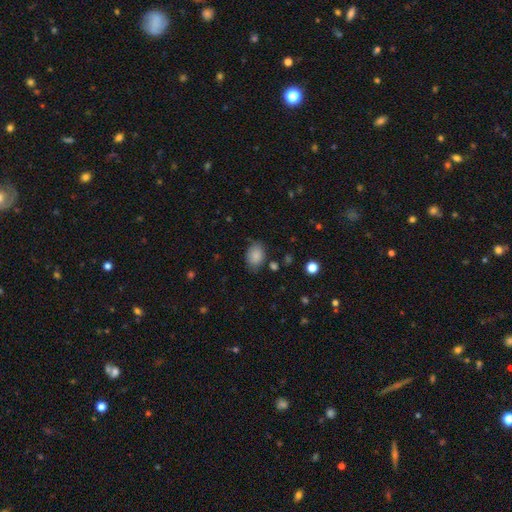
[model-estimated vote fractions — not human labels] smooth_or_featured: smooth (p=0.86) [alt: star or artifact p=0.08]
how_rounded: in between (p=0.78) [alt: round p=0.21]
merging: none (p=0.75) [alt: minor disturbance p=0.18]